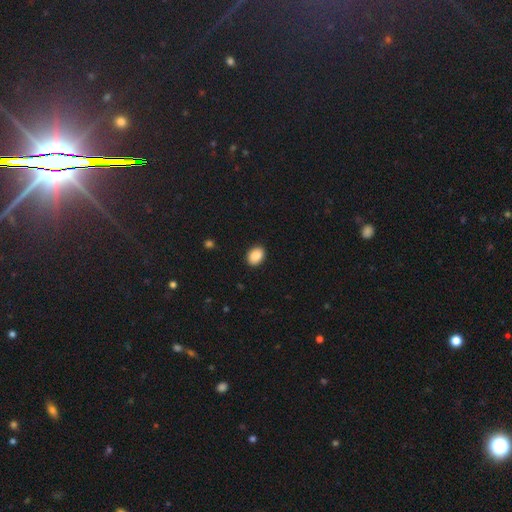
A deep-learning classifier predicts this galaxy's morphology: type=smooth (88%); roundness=in between (72%); merging=none (91%).